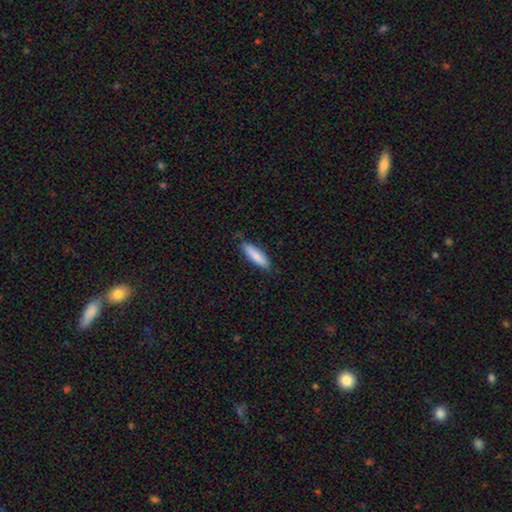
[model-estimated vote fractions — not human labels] smooth_or_featured: smooth (p=0.83) [alt: featured or disk p=0.12]
how_rounded: cigar-shaped (p=0.64) [alt: in between p=0.34]
merging: none (p=0.81) [alt: minor disturbance p=0.15]